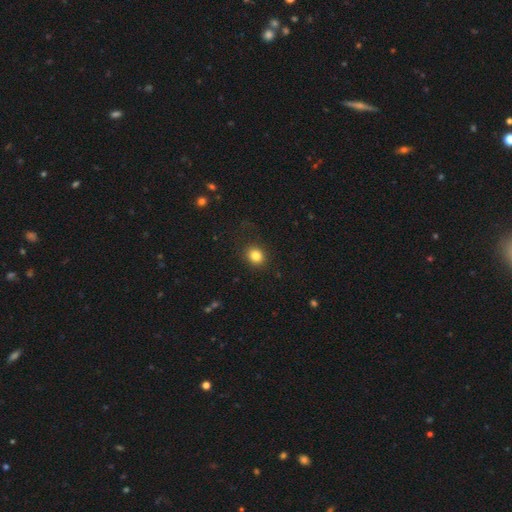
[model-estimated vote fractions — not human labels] Morphology: type=smooth (84%); roundness=round (70%); merging=none (87%).